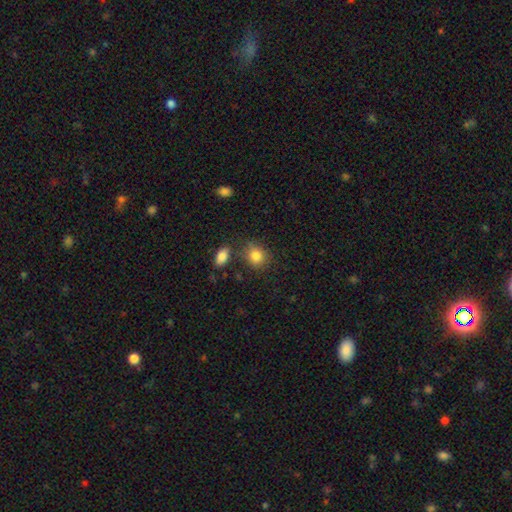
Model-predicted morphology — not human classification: Smooth or featured? Predicted: smooth (p=0.85). How rounded? Predicted: round (p=0.66). Merging? Predicted: none (p=0.73).